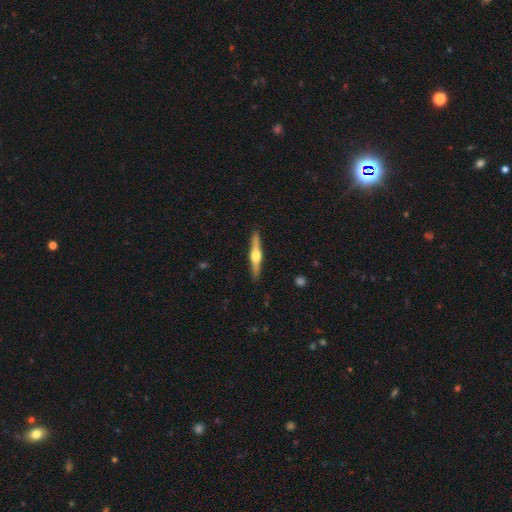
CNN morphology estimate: A featured or disk galaxy (73%) viewed edge-on (98%) with a rounded central bulge (95%).

Vote fractions:
- Smooth or featured? featured or disk: 73% / smooth: 22% / star or artifact: 5%
- Edge-on disk? yes: 98% / no: 2%
- Edge-on bulge? rounded: 95% / boxy: 3% / none: 2%
- Merging? none: 91% / minor disturbance: 6% / major disturbance: 1% / merger: 1%